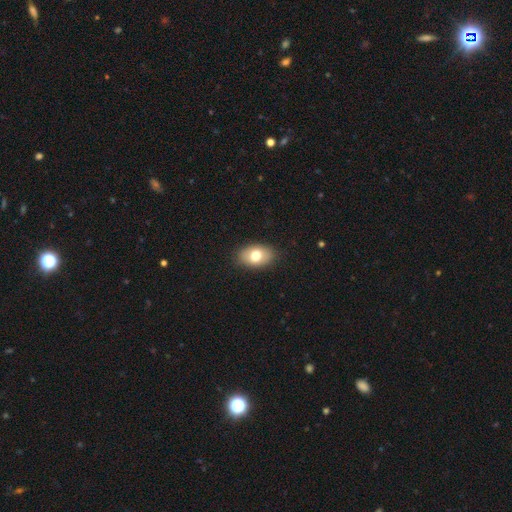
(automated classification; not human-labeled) A smooth galaxy with no disk features (75%) that is in between round and cigar-shaped (87%). Merging: none (87%).